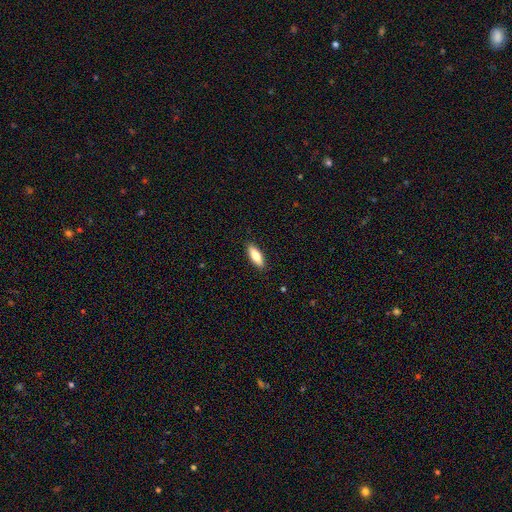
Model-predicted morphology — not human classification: smooth 75%, featured or disk 19%, star or artifact 6%. Down the decision tree: how rounded — in between (65%); merging — none (90%).